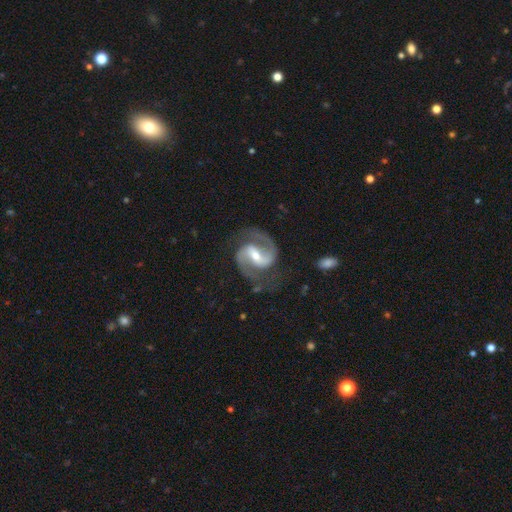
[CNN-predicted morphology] type=featured or disk (92%); edge-on=no (98%); bar=strong (45%); spiral arms=yes (98%); winding=medium (65%); arm count=2 (94%); bulge=moderate (54%); merging=none (79%).